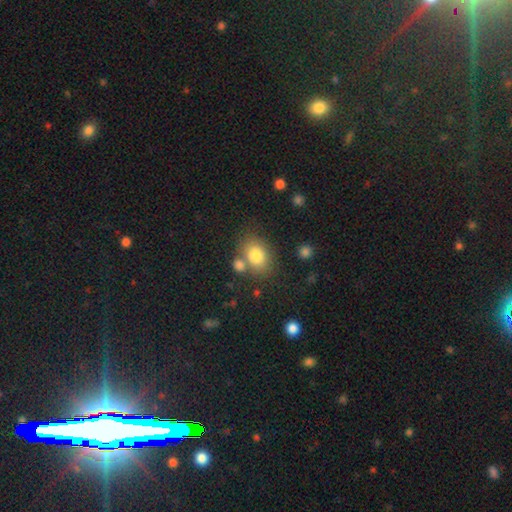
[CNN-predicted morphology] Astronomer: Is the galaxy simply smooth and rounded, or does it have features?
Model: smooth — 81%.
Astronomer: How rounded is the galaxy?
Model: in between — 62%.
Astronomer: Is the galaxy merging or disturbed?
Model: none — 64%.